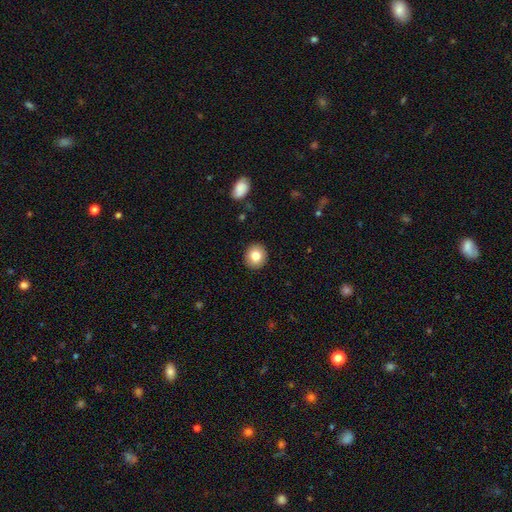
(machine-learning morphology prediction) Smooth or featured? Predicted: smooth (p=0.82). How rounded? Predicted: round (p=0.87). Merging? Predicted: none (p=0.91).